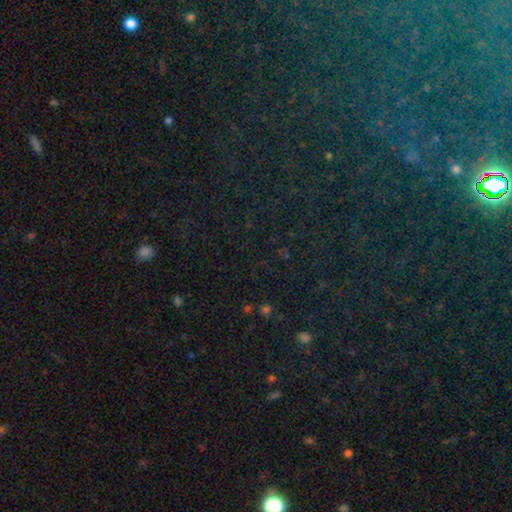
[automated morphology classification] A star or artifact, not a galaxy (79%).